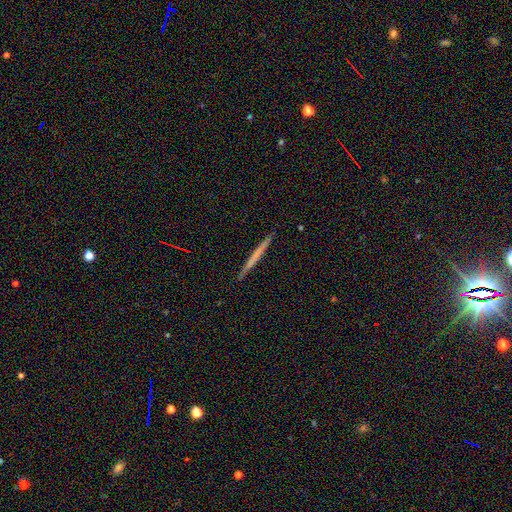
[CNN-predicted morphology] Smooth or featured: smooth — 52% (featured or disk — 41%)
How rounded: cigar-shaped — 97% (in between — 2%)
Merging: none — 93% (minor disturbance — 5%)